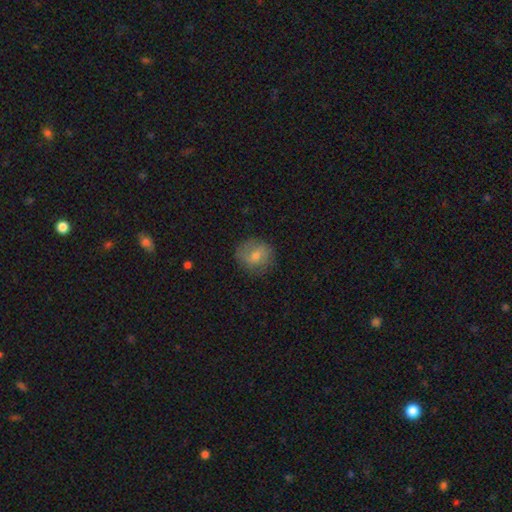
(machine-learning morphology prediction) A smooth galaxy with no disk features (57%) that is round (81%). Merging: none (81%).